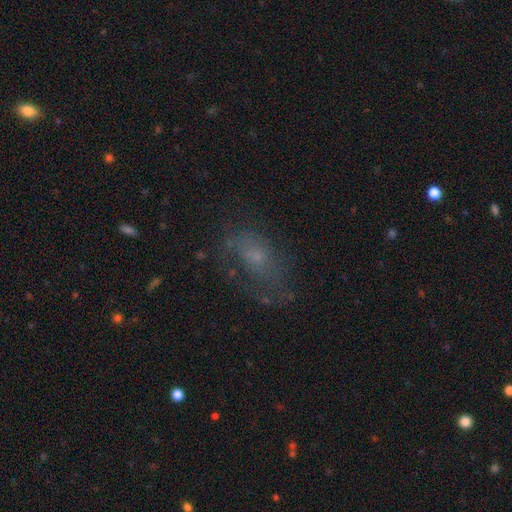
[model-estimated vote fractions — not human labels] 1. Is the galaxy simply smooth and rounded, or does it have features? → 47% featured or disk, 37% smooth, 16% star or artifact.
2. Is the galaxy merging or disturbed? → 50% none, 26% major disturbance, 22% minor disturbance, 2% merger.